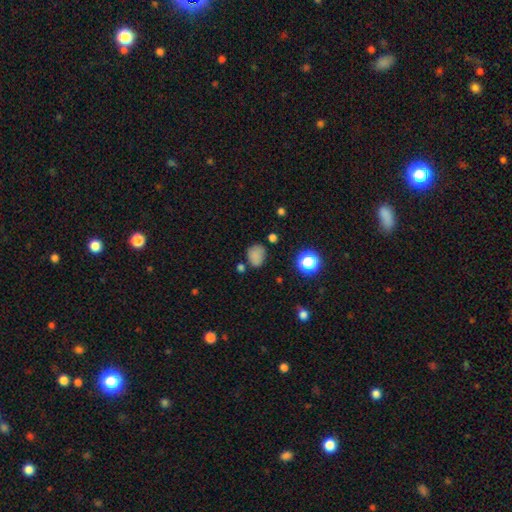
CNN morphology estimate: smooth-or-featured: smooth: 77% | star or artifact: 16% | featured or disk: 7%
  how-rounded: in between: 50% | round: 49% | cigar-shaped: 1%
  merging: none: 62% | minor disturbance: 24% | major disturbance: 7% | merger: 7%